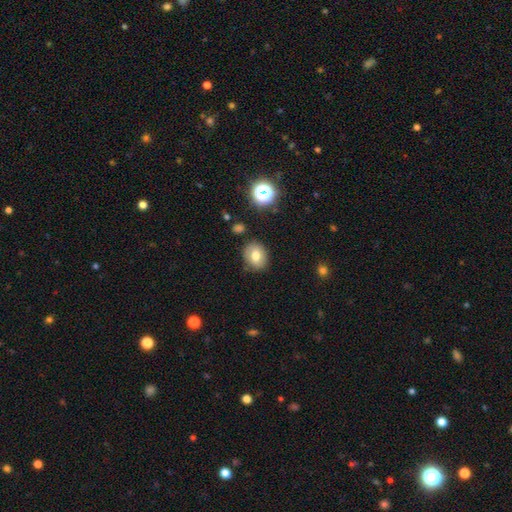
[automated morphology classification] Q: Smooth or featured?
A: smooth (73%); runner-up: featured or disk (17%)
Q: How rounded?
A: round (54%); runner-up: in between (45%)
Q: Merging?
A: none (83%); runner-up: minor disturbance (12%)